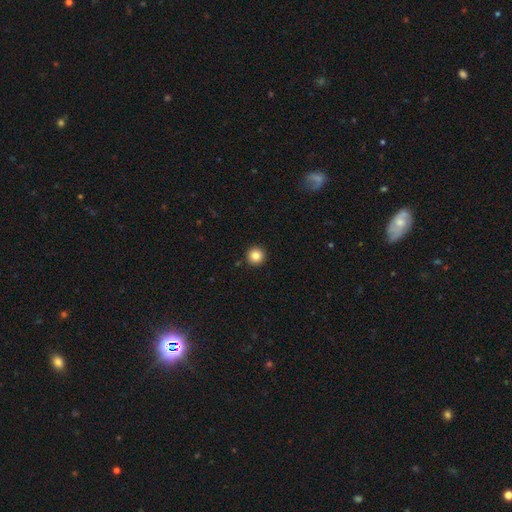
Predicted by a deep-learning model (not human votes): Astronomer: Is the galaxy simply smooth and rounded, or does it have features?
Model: smooth — 84%.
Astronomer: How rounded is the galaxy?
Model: round — 96%.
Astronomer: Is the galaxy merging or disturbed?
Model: none — 93%.